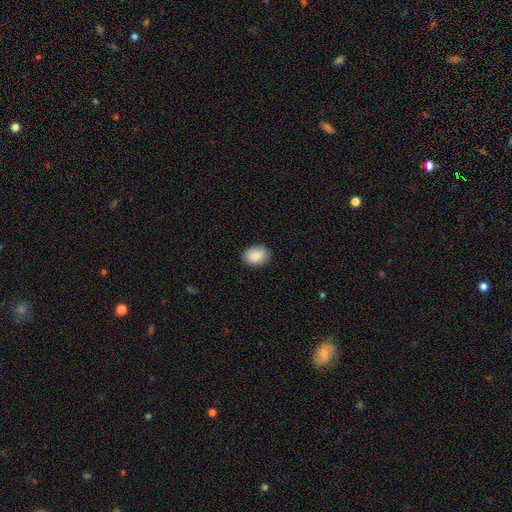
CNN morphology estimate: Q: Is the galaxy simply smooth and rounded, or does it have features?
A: smooth — 89%.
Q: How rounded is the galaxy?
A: in between — 64%.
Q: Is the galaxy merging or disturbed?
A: none — 85%.